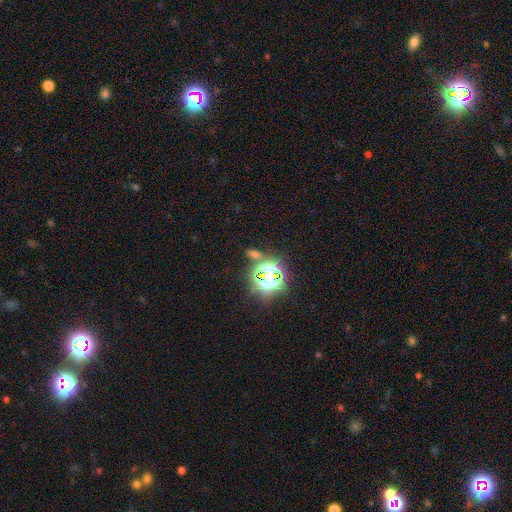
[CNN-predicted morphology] smooth_or_featured: star or artifact (p=0.71) [alt: smooth p=0.20]